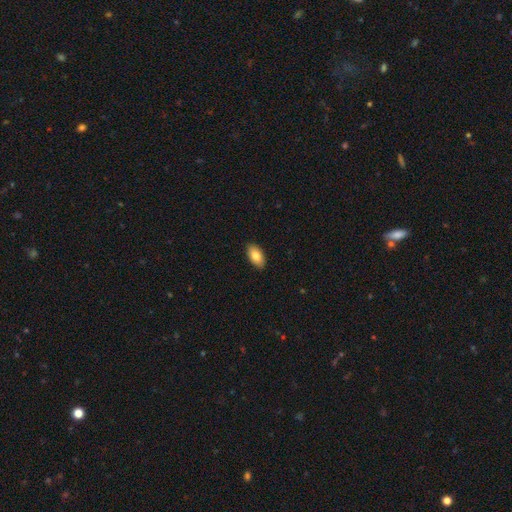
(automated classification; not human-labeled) Q: Smooth or featured?
A: smooth (82%); runner-up: featured or disk (11%)
Q: How rounded?
A: in between (94%); runner-up: round (3%)
Q: Merging?
A: none (90%); runner-up: minor disturbance (8%)